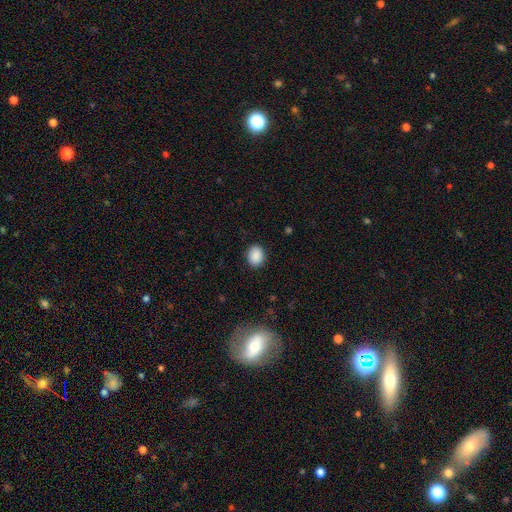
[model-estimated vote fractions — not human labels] This appears to be a smooth galaxy with no disk features (89%) that is round (52%). Merging: none (88%).